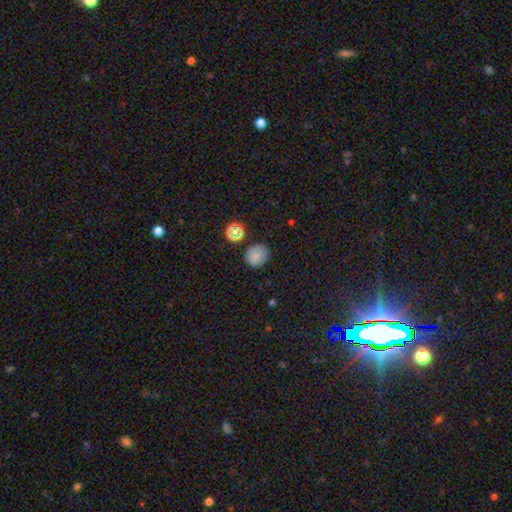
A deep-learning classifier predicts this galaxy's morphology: smooth_or_featured: smooth (p=0.76) [alt: star or artifact p=0.15]
how_rounded: round (p=0.77) [alt: in between p=0.22]
merging: none (p=0.80) [alt: minor disturbance p=0.13]